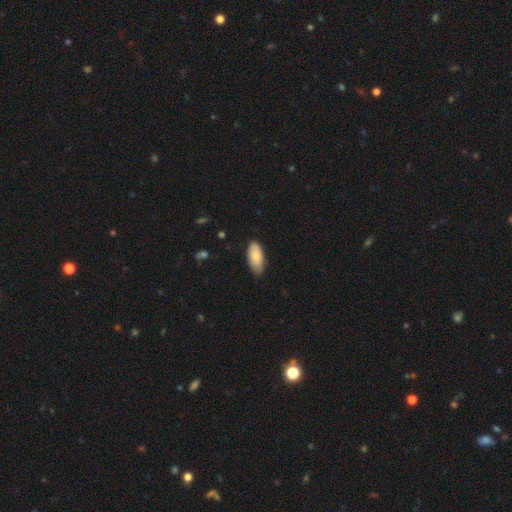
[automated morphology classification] Smooth or featured?
  - smooth: 80% *
  - featured or disk: 14%
  - star or artifact: 6%
How rounded?
  - in between: 89% *
  - cigar-shaped: 9%
  - round: 2%
Merging?
  - none: 77% *
  - minor disturbance: 20%
  - major disturbance: 2%
  - merger: 1%